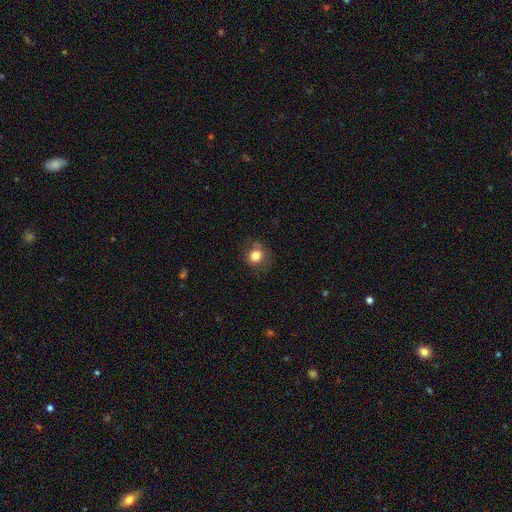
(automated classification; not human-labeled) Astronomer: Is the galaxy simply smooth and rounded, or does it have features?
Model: smooth — 79%.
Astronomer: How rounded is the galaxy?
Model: round — 81%.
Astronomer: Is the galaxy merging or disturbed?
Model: none — 75%.